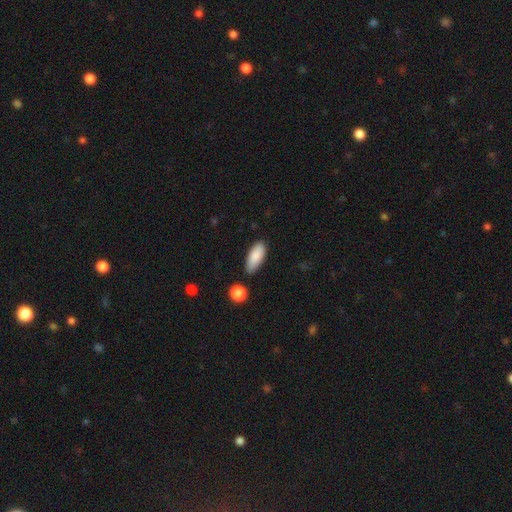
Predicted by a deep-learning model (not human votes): This is clearly a smooth galaxy (88%). How rounded: clearly in between (84%). Merging: likely none (79%).